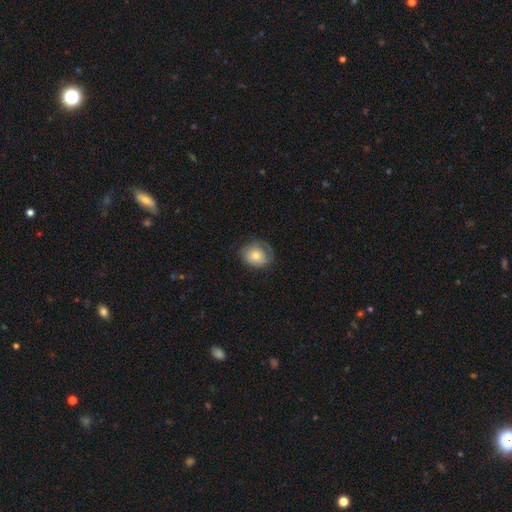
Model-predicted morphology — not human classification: Smooth or featured: smooth — 64% (featured or disk — 29%)
How rounded: round — 63% (in between — 36%)
Merging: none — 59% (minor disturbance — 26%)